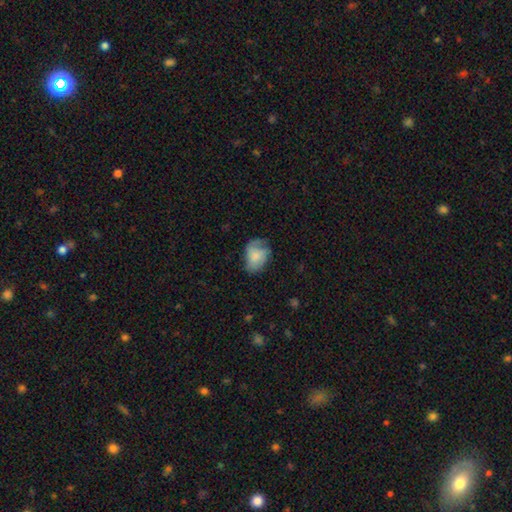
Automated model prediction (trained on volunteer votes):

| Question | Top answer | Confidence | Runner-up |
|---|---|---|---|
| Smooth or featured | smooth | 64% | featured or disk (28%) |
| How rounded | in between | 72% | round (27%) |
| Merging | none | 43% | minor disturbance (34%) |